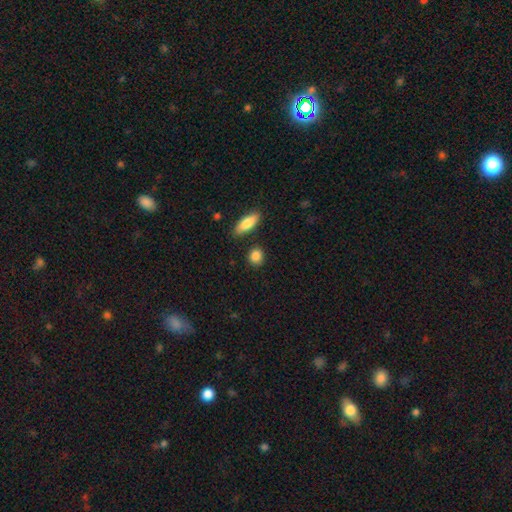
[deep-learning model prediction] This appears to be a smooth galaxy with no disk features (87%) that is round (67%). Merging: none (84%).